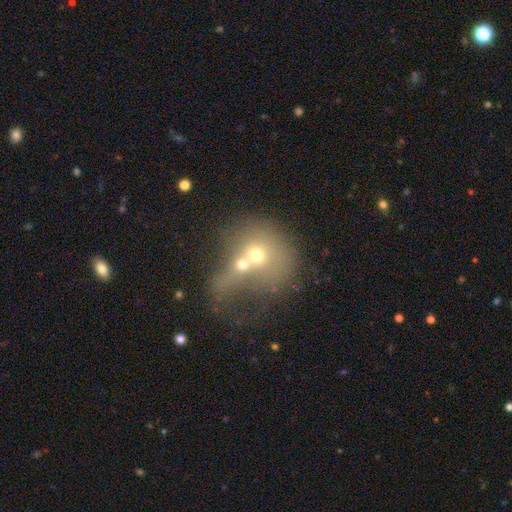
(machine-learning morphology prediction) type=smooth (53%); roundness=round (76%); merging=merger (75%).